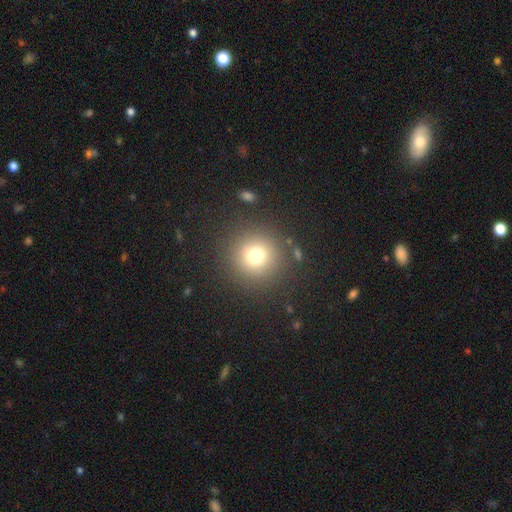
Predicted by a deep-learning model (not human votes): The model was most divided on "smooth or featured": smooth: 75%, star or artifact: 16%, featured or disk: 9%. More confident: how rounded — round (94%); merging — none (87%).